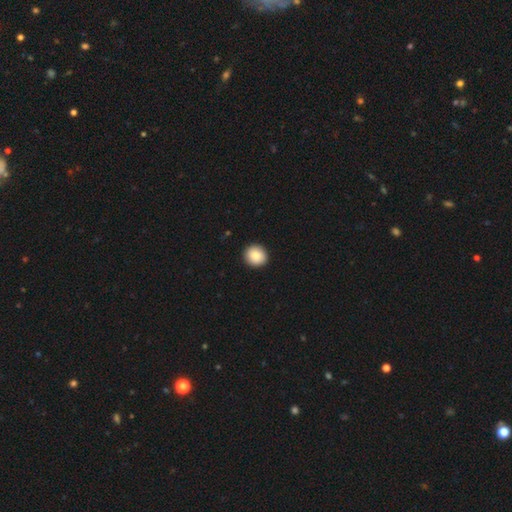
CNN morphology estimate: smooth-or-featured: smooth: 86% | star or artifact: 8% | featured or disk: 6%
  how-rounded: round: 90% | in between: 10% | cigar-shaped: 1%
  merging: none: 93% | minor disturbance: 5% | major disturbance: 1% | merger: 1%